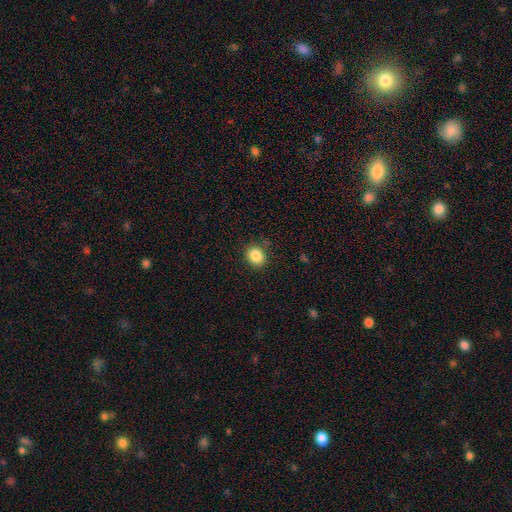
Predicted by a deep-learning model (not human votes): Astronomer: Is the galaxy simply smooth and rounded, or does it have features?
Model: smooth — 86%.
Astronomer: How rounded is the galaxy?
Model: round — 64%.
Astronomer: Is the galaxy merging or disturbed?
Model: none — 86%.